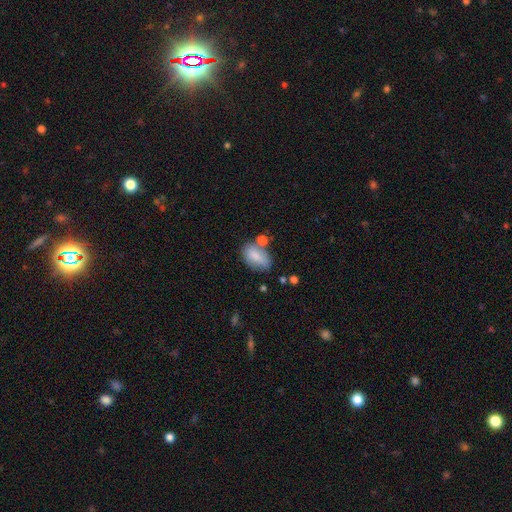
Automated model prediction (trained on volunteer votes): Smooth or featured? smooth (80%)
How rounded? in between (90%)
Merging? none (57%)